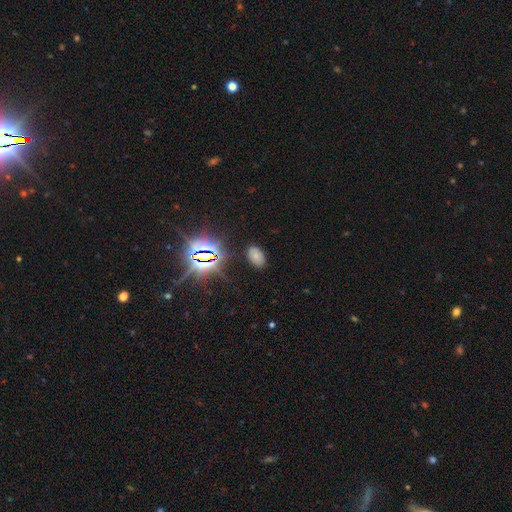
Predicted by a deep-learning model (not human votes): Overall: smooth (59%; star or artifact 29%). How rounded: in between (91%). Merging: none (83%).